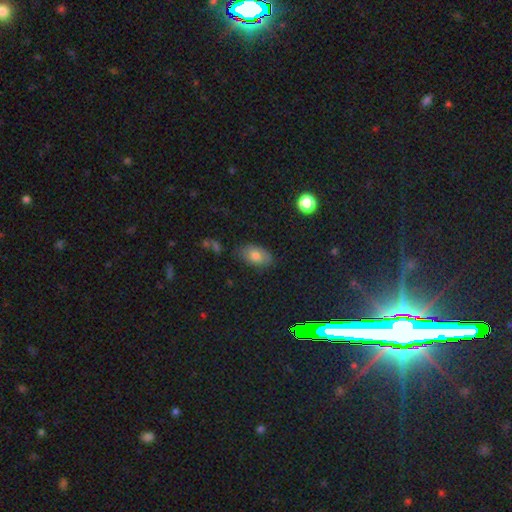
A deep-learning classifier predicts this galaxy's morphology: This is likely a smooth galaxy (74%). How rounded: clearly in between (91%). Merging: likely none (77%).